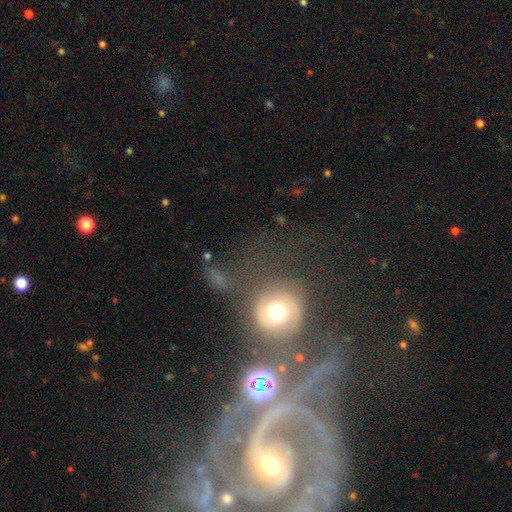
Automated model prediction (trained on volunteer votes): This is possibly a featured or disk galaxy (59%). It is clearly not viewed edge-on (95%). Bar: possibly no (53%). Spiral arm pattern: clearly yes (86%). Central bulge: possibly small (48%). Merging: possibly none (50%).